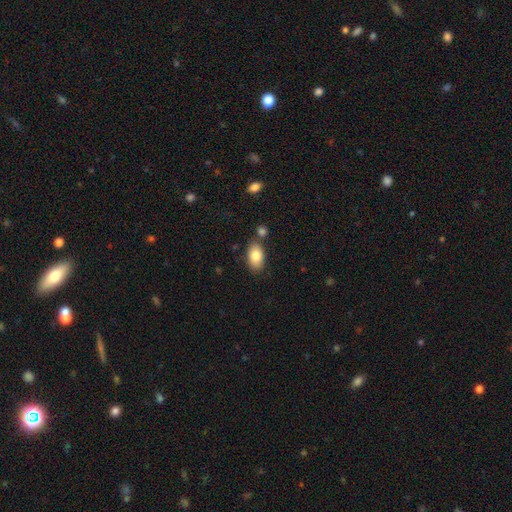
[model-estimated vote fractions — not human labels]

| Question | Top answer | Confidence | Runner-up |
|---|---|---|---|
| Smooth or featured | smooth | 82% | featured or disk (11%) |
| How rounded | in between | 91% | round (7%) |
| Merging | none | 75% | minor disturbance (12%) |